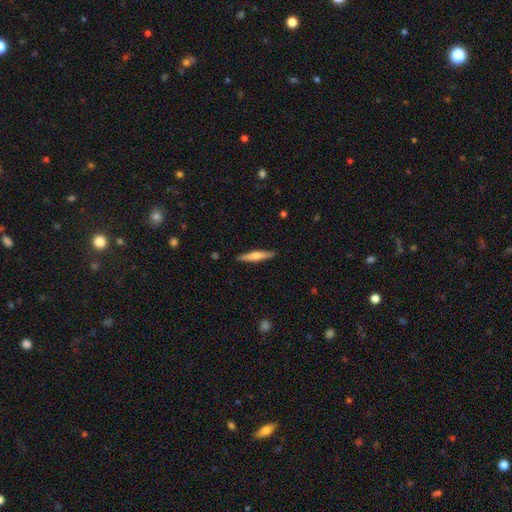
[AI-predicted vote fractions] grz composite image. It shows a smooth galaxy with no disk features (51%) that is cigar-shaped (91%). Merging: none (90%).